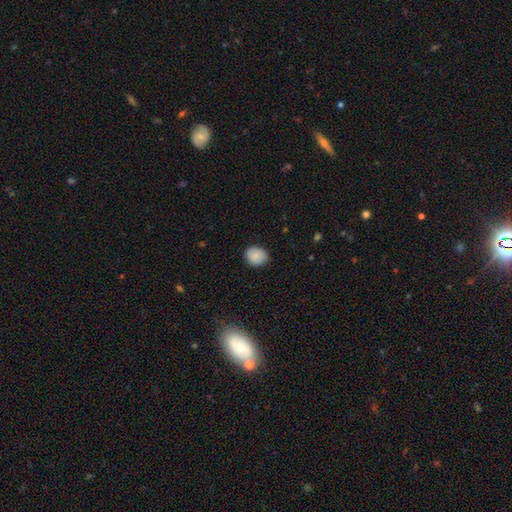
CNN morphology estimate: smooth_or_featured: smooth (p=0.84) [alt: star or artifact p=0.08]
how_rounded: round (p=0.65) [alt: in between p=0.34]
merging: none (p=0.78) [alt: minor disturbance p=0.18]